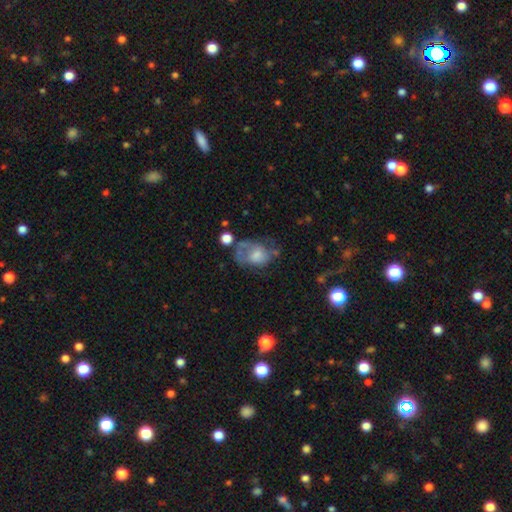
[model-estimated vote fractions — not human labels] A featured or disk galaxy (49%).

Vote fractions:
- Smooth or featured? featured or disk: 49% / smooth: 38% / star or artifact: 12%
- Merging? none: 39% / major disturbance: 30% / minor disturbance: 25% / merger: 7%